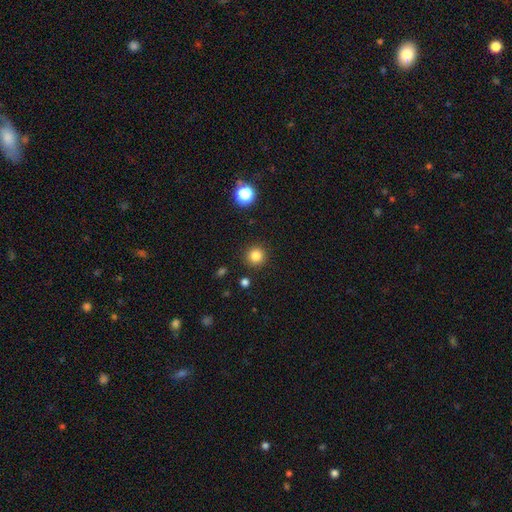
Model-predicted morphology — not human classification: A smooth galaxy with no disk features (83%) that is round (95%). Merging: none (91%).